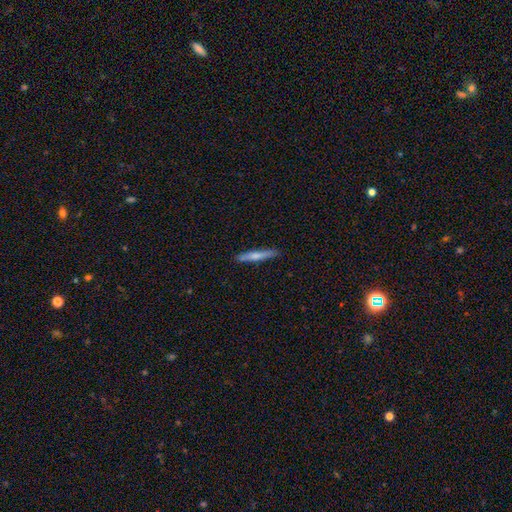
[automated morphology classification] Q: Smooth or featured?
A: smooth (63%); runner-up: featured or disk (31%)
Q: How rounded?
A: cigar-shaped (94%); runner-up: in between (4%)
Q: Merging?
A: none (89%); runner-up: minor disturbance (8%)